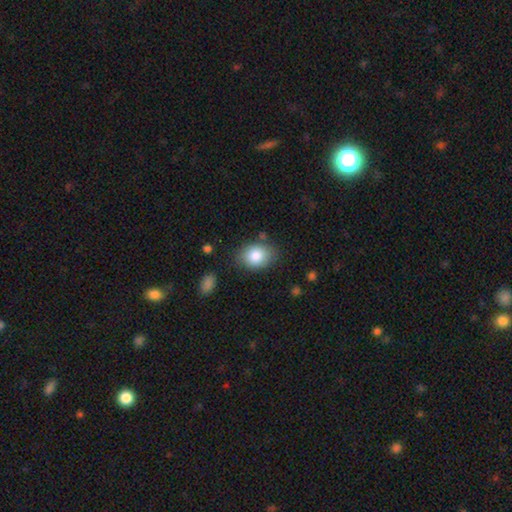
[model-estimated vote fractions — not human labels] Morphology: type=smooth (84%); roundness=in between (67%); merging=none (76%).